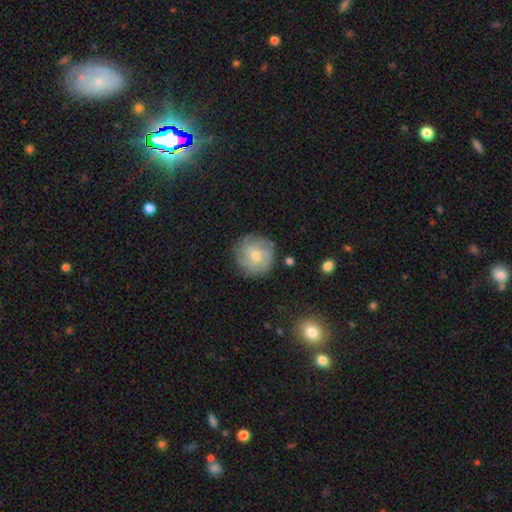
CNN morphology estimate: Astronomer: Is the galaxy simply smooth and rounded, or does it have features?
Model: featured or disk — 60%.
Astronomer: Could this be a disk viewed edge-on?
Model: no — 97%.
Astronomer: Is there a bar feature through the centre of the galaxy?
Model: no — 68%.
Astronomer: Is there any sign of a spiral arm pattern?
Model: yes — 88%.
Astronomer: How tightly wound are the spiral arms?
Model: tight — 58%.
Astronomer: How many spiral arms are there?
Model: can't tell — 41% (runner-up: 4, 18%).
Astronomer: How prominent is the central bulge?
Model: moderate — 52% (runner-up: small, 44%).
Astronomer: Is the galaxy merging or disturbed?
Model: none — 83%.